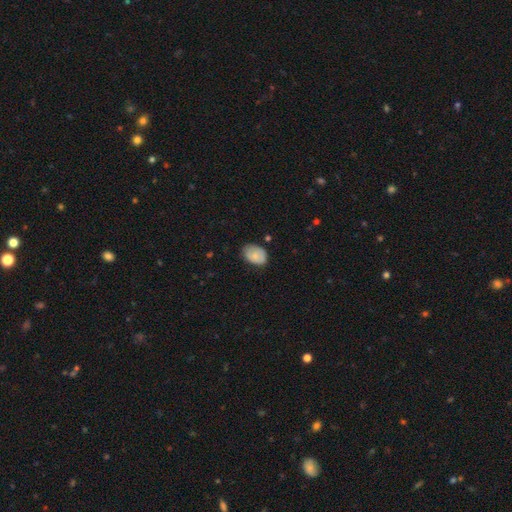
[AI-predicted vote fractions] A smooth galaxy with no disk features (80%) that is in between round and cigar-shaped (82%). Merging: none (71%).